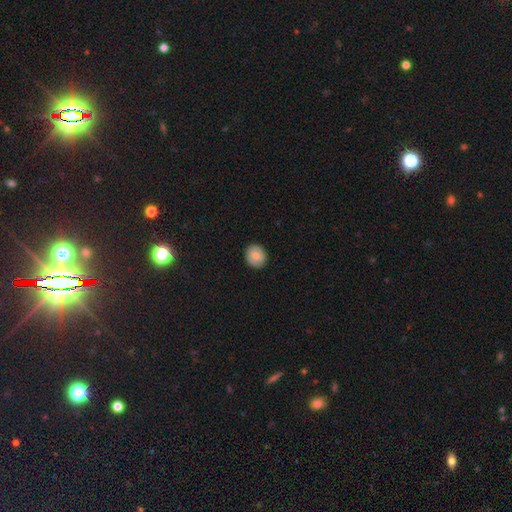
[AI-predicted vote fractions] Overall: smooth (74%). How rounded: round (71%). Merging: none (86%).